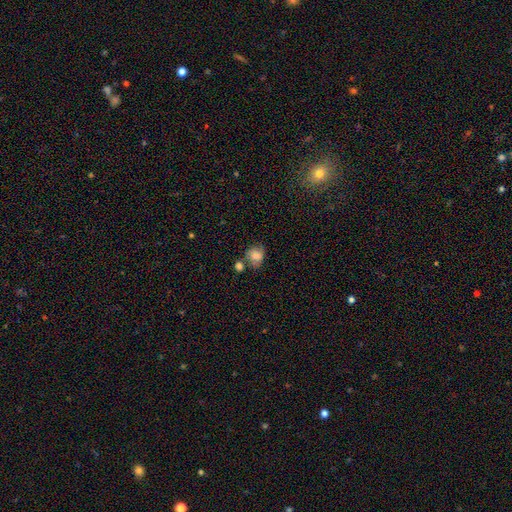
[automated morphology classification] Overall: smooth (69%). How rounded: round (66%; in between 33%). Merging: none (52%; minor disturbance 21%).